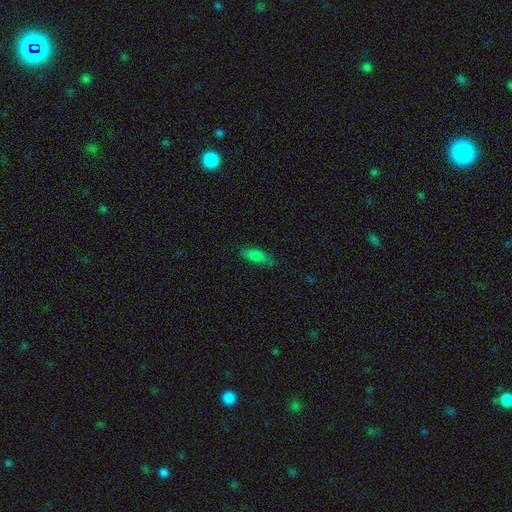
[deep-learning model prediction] Smooth or featured? Predicted: smooth (p=0.77). How rounded? Predicted: in between (p=0.70). Merging? Predicted: none (p=0.77).